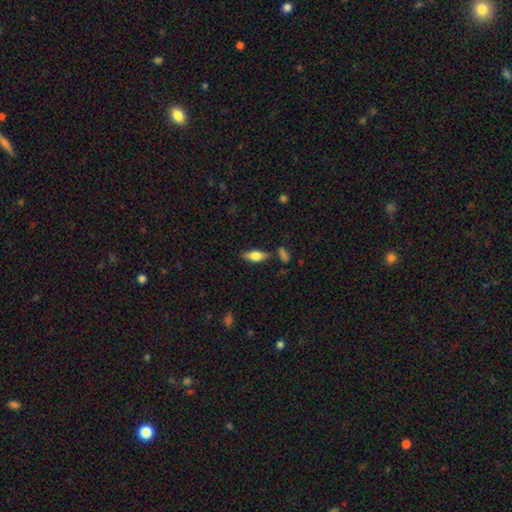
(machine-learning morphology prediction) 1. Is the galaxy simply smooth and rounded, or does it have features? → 60% smooth, 33% featured or disk, 7% star or artifact.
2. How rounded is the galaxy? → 70% in between, 27% cigar-shaped, 3% round.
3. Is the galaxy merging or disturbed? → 79% none, 12% minor disturbance, 5% merger, 3% major disturbance.